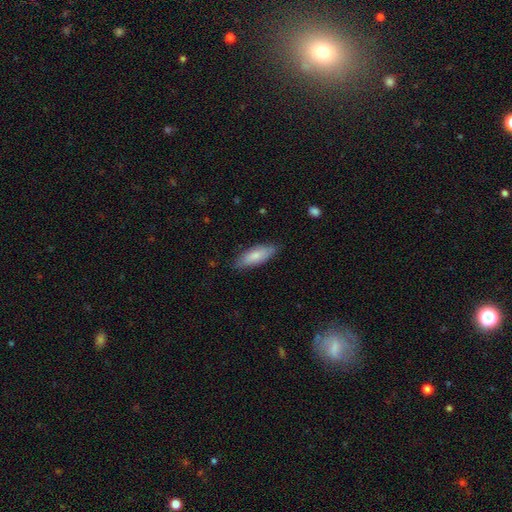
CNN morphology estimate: Smooth or featured? Predicted: smooth (p=0.77). How rounded? Predicted: in between (p=0.63). Merging? Predicted: none (p=0.80).